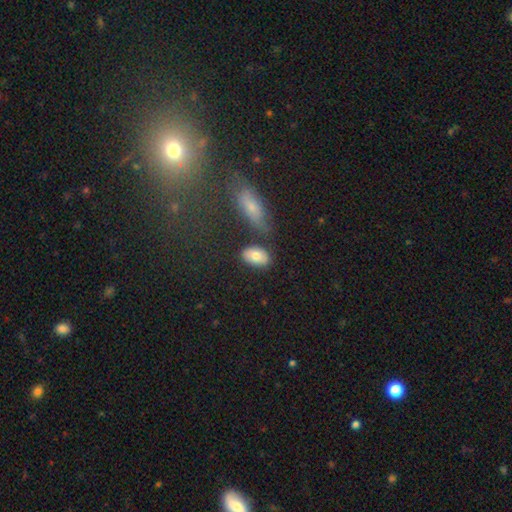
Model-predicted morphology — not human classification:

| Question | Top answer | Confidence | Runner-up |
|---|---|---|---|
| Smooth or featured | smooth | 78% | featured or disk (14%) |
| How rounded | in between | 90% | round (7%) |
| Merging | none | 72% | minor disturbance (15%) |